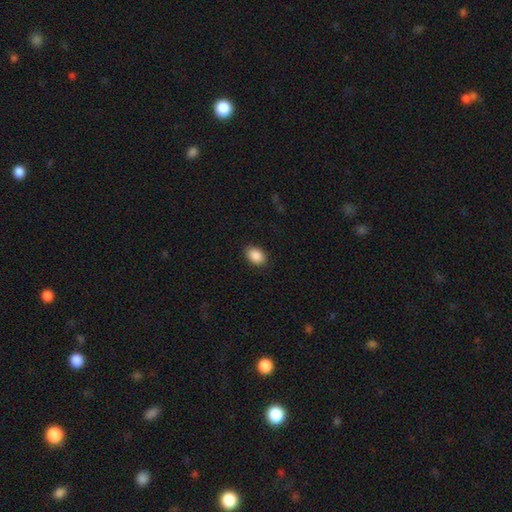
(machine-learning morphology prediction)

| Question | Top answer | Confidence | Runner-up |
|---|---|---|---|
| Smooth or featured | smooth | 90% | star or artifact (7%) |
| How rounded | in between | 82% | round (17%) |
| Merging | none | 89% | minor disturbance (8%) |